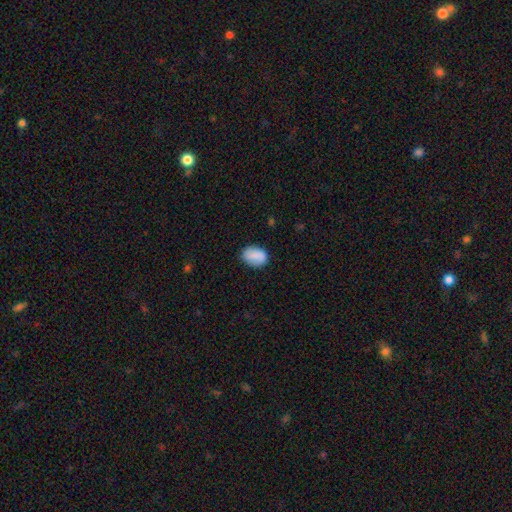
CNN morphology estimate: Smooth or featured? Predicted: smooth (p=0.84). How rounded? Predicted: in between (p=0.78). Merging? Predicted: none (p=0.82).